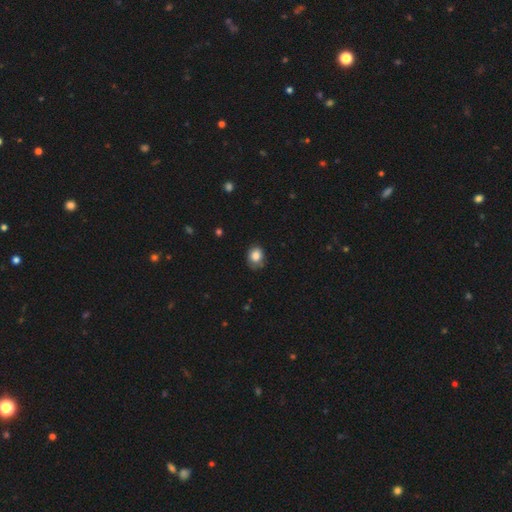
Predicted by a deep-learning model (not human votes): Smooth or featured: smooth — 84% (star or artifact — 9%)
How rounded: round — 57% (in between — 42%)
Merging: none — 73% (minor disturbance — 22%)